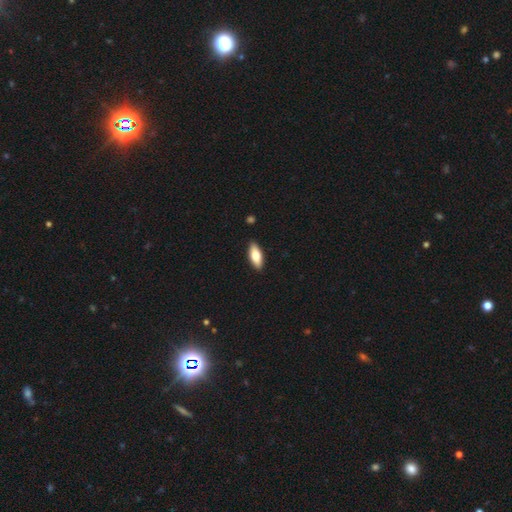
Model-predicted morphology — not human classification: A smooth galaxy with no disk features (74%) that is in between round and cigar-shaped (75%).

Vote fractions:
- Smooth or featured? smooth: 74% / featured or disk: 21% / star or artifact: 6%
- How rounded? in between: 75% / cigar-shaped: 23% / round: 2%
- Merging? none: 89% / minor disturbance: 8% / major disturbance: 2% / merger: 1%